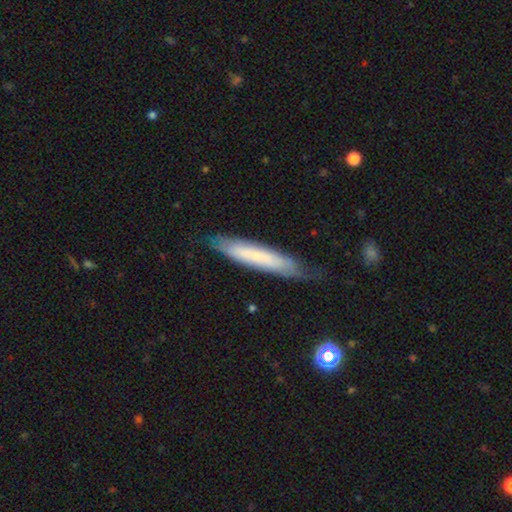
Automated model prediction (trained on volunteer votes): smooth_or_featured: smooth (p=0.58) [alt: featured or disk p=0.35]
how_rounded: cigar-shaped (p=0.88) [alt: in between p=0.11]
merging: none (p=0.71) [alt: minor disturbance p=0.22]